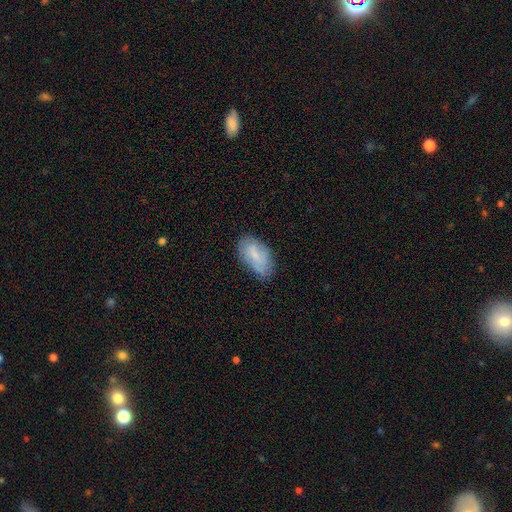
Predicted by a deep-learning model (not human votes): Smooth or featured: smooth — 72% (featured or disk — 21%)
How rounded: in between — 93% (cigar-shaped — 4%)
Merging: none — 66% (minor disturbance — 26%)